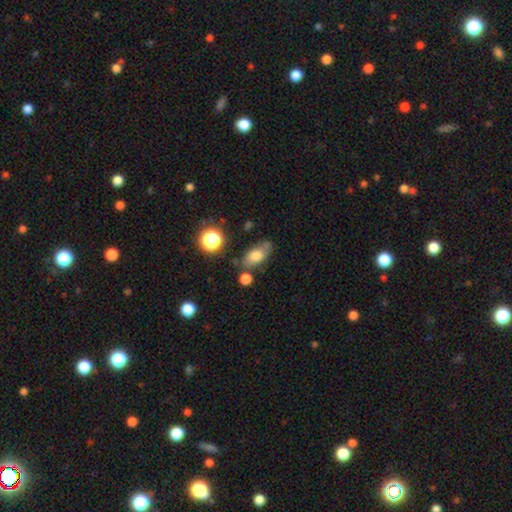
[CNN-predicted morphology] smooth-or-featured: smooth: 65% | featured or disk: 24% | star or artifact: 11%
  how-rounded: in between: 85% | round: 9% | cigar-shaped: 6%
  merging: none: 63% | minor disturbance: 21% | merger: 8% | major disturbance: 8%